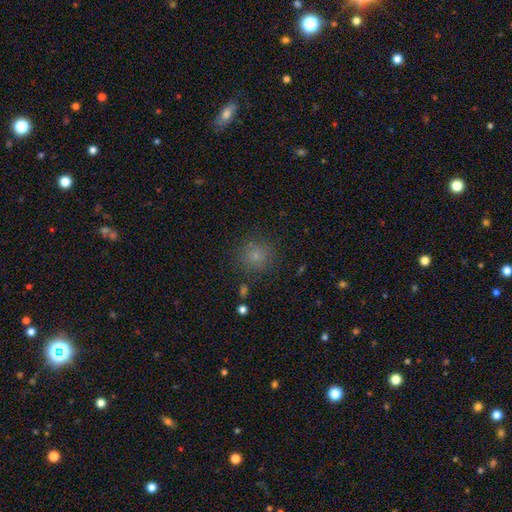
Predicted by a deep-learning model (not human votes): This is likely a smooth galaxy (74%). How rounded: clearly round (92%). Merging: clearly none (84%).